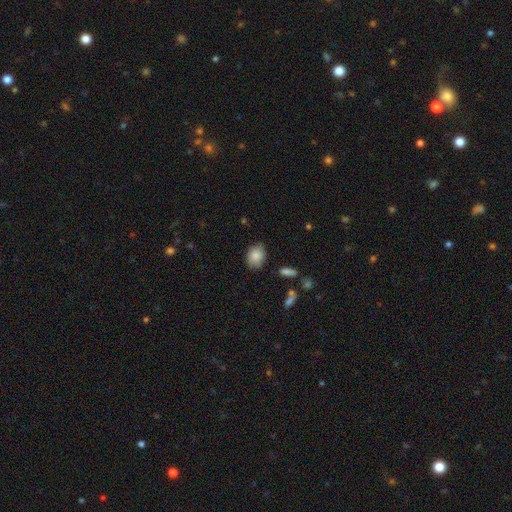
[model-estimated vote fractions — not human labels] Smooth or featured: smooth — 85% (star or artifact — 8%)
How rounded: in between — 66% (round — 33%)
Merging: none — 76% (minor disturbance — 19%)